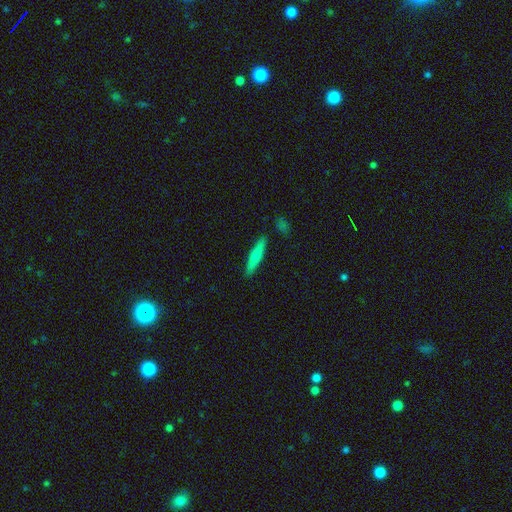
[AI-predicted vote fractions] smooth-or-featured: smooth: 65% | featured or disk: 29% | star or artifact: 6%
  how-rounded: cigar-shaped: 87% | in between: 11% | round: 2%
  merging: none: 89% | minor disturbance: 8% | merger: 2% | major disturbance: 2%